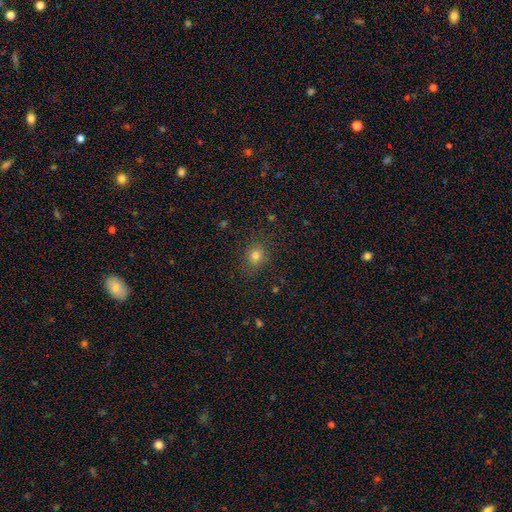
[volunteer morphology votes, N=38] smooth_or_featured: smooth (p=0.84) [alt: featured or disk p=0.08]
how_rounded: round (p=0.66) [alt: in between p=0.31]
merging: none (p=0.91) [alt: minor disturbance p=0.09]